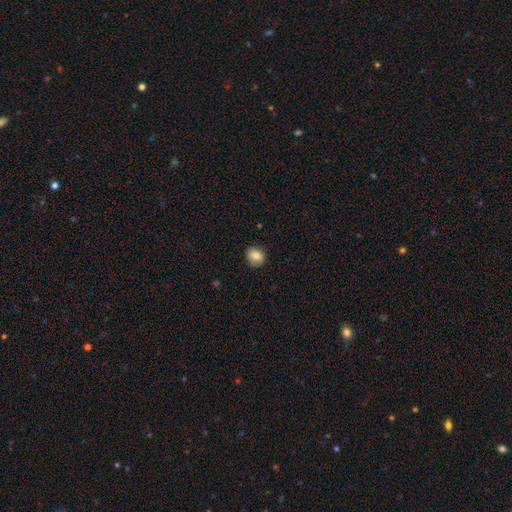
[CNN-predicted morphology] Overall: smooth (79%). How rounded: round (65%; in between 34%). Merging: none (83%).